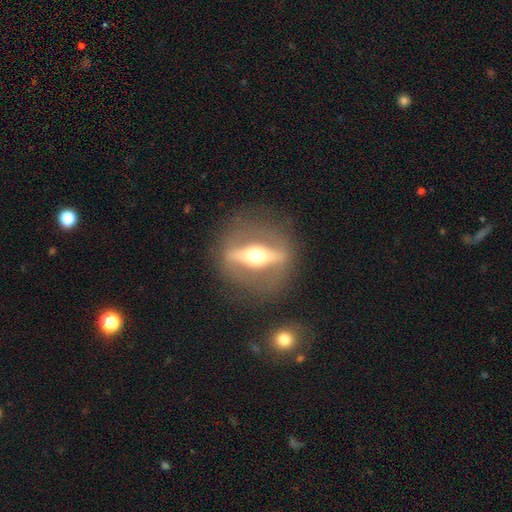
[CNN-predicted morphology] Smooth or featured?
  - featured or disk: 80% *
  - smooth: 14%
  - star or artifact: 6%
Edge-on disk?
  - yes: 64% *
  - no: 36%
Edge-on bulge?
  - rounded: 96% *
  - boxy: 3%
  - none: 1%
Merging?
  - none: 80% *
  - minor disturbance: 9%
  - major disturbance: 9%
  - merger: 2%